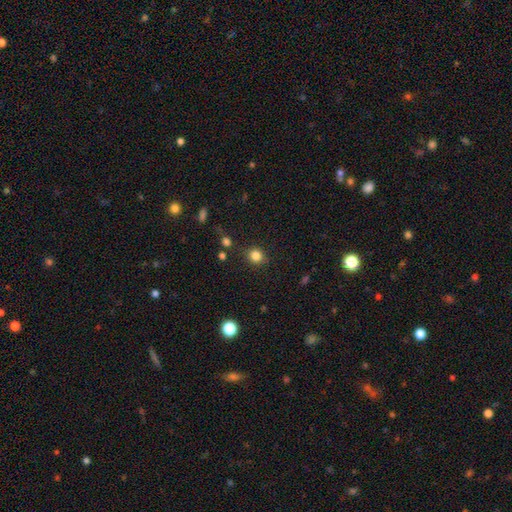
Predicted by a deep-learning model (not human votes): A smooth galaxy with no disk features (83%) that is round (81%). Merging: none (85%).